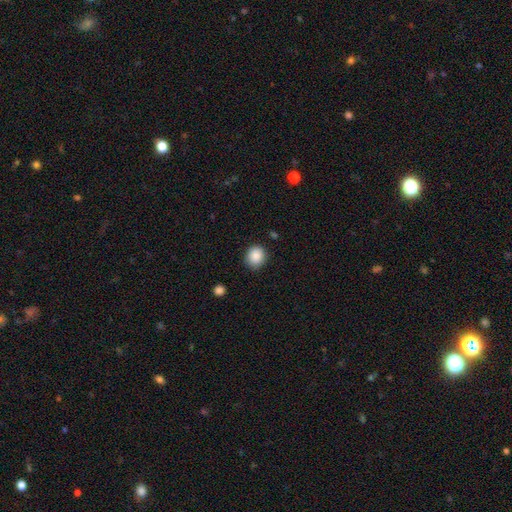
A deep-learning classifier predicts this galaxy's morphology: smooth 88%, star or artifact 8%, featured or disk 3%. Down the decision tree: how rounded — round (76%); merging — none (86%).